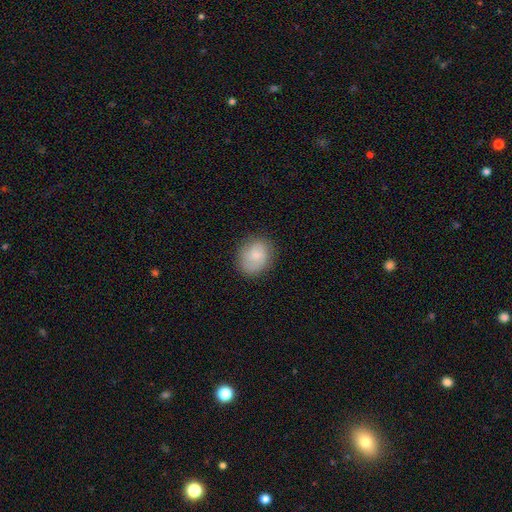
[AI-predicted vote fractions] This appears to be a smooth galaxy with no disk features (73%) that is round (67%). Merging: none (79%).